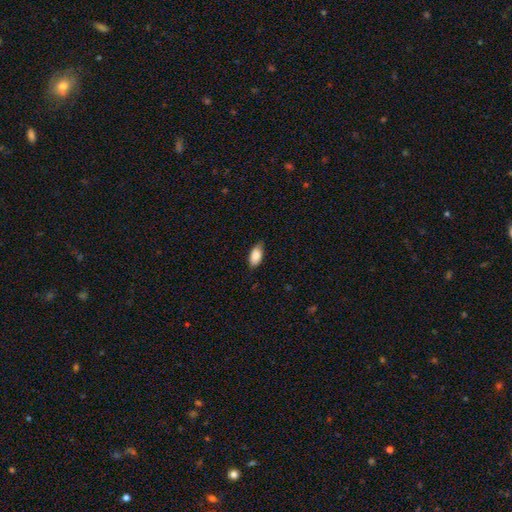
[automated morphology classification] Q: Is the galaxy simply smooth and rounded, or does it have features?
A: smooth — 88%.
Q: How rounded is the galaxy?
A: in between — 92%.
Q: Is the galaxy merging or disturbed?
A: none — 74%.